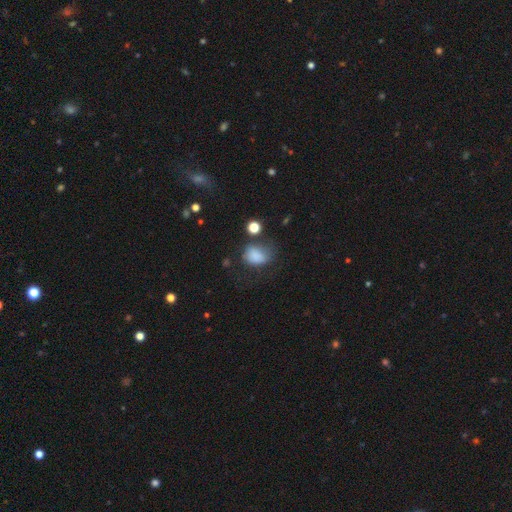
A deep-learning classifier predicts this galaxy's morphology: Smooth or featured: smooth — 79% (star or artifact — 12%)
How rounded: in between — 62% (round — 37%)
Merging: none — 38% (minor disturbance — 31%)